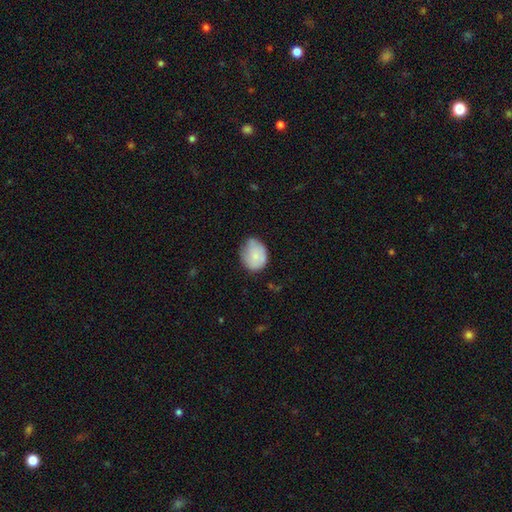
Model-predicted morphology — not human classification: This appears to be a smooth galaxy with no disk features (75%) that is in between round and cigar-shaped (50%). Merging: none (49%).